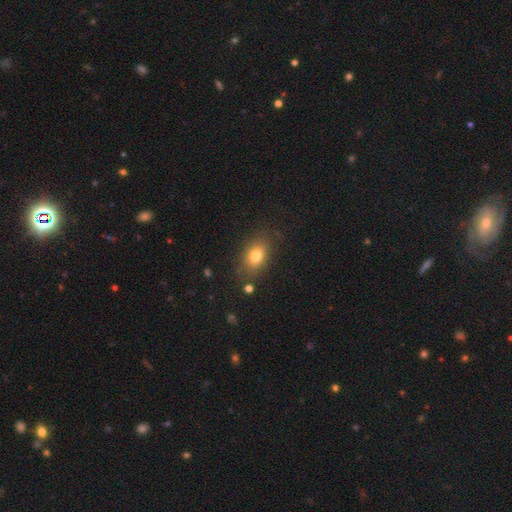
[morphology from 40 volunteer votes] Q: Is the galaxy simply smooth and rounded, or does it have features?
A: smooth — 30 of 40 (75%).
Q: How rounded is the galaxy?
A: in between — 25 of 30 (83%).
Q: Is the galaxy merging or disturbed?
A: none — 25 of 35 (71%).